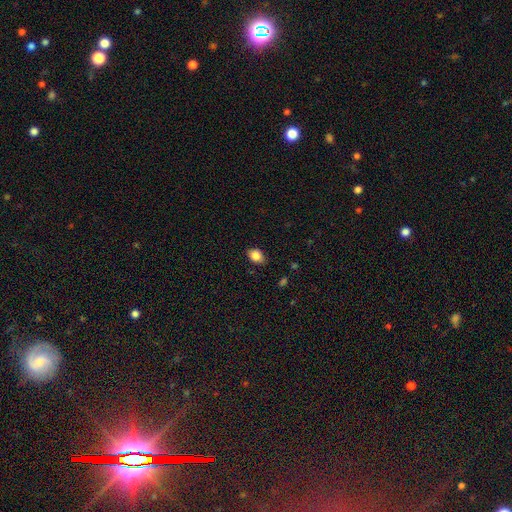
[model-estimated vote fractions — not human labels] The model was most divided on "how rounded": in between: 72%, round: 27%, cigar-shaped: 1%. More confident: smooth or featured — smooth (85%); merging — none (83%).